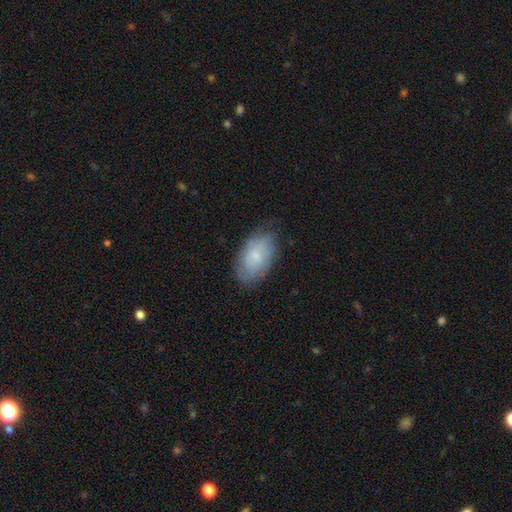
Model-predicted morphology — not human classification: Smooth or featured: smooth — 64% (featured or disk — 29%)
How rounded: in between — 93% (round — 5%)
Merging: none — 74% (minor disturbance — 20%)